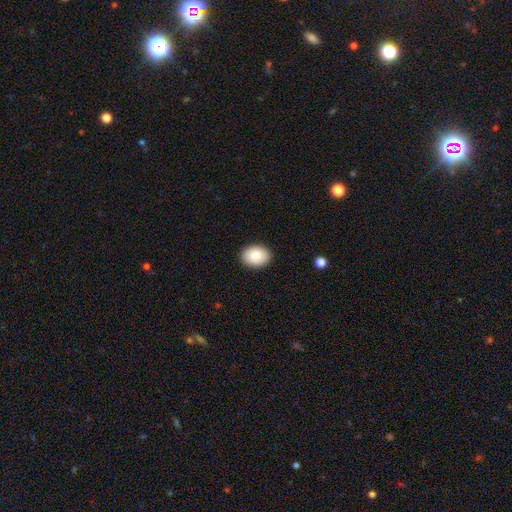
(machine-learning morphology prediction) smooth 89%, star or artifact 6%, featured or disk 5%. Down the decision tree: how rounded — in between (74%); merging — none (90%).